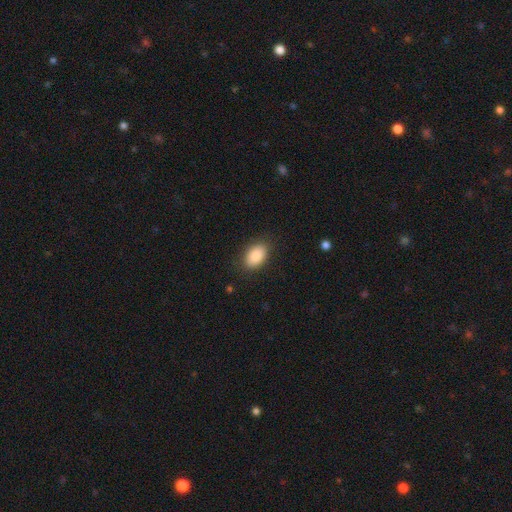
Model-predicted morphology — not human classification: The model was most divided on "merging": none: 86%, minor disturbance: 10%, major disturbance: 3%, merger: 1%. More confident: how rounded — in between (90%); smooth or featured — smooth (87%).